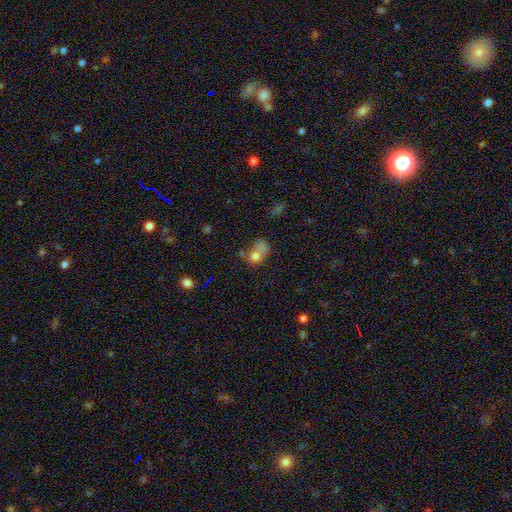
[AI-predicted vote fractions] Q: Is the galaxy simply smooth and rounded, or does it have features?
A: smooth — 71%.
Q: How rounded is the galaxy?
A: round — 54%.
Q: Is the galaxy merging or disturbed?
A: merger — 40%.